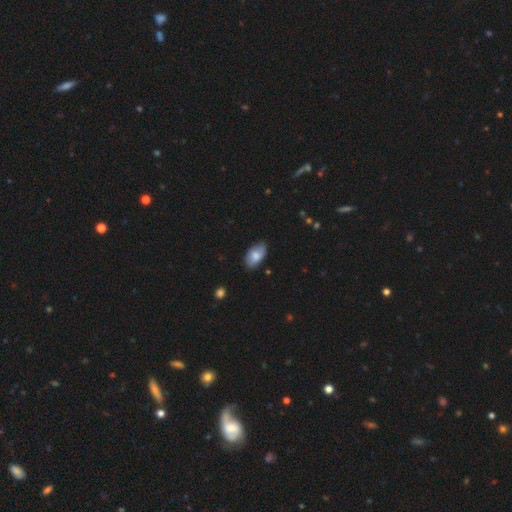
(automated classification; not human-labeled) Smooth or featured? smooth (77%)
How rounded? in between (94%)
Merging? none (78%)